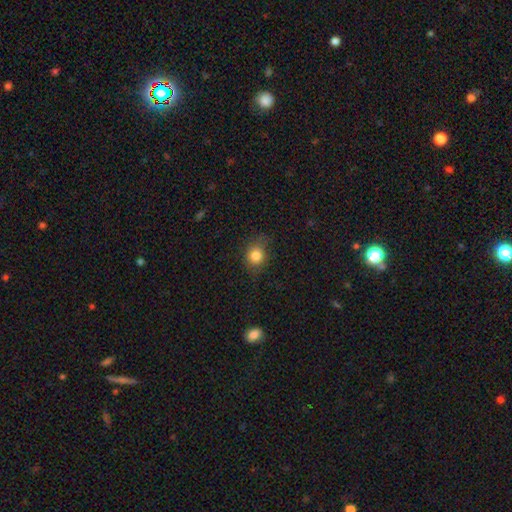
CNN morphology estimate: type=smooth (81%); roundness=round (70%); merging=none (74%).